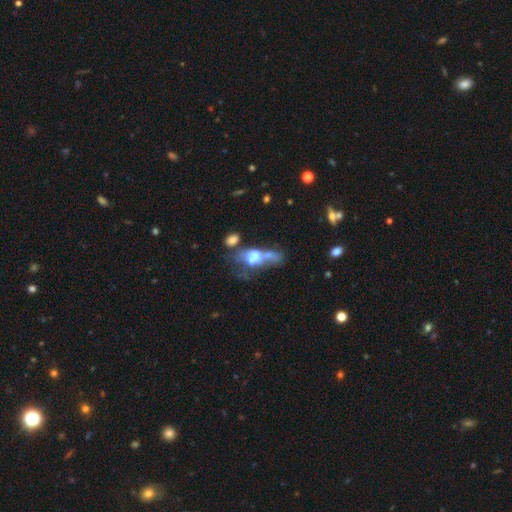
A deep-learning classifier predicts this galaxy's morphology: Overall: featured or disk (44%; smooth 42%). Merging: merger (53%; major disturbance 24%).